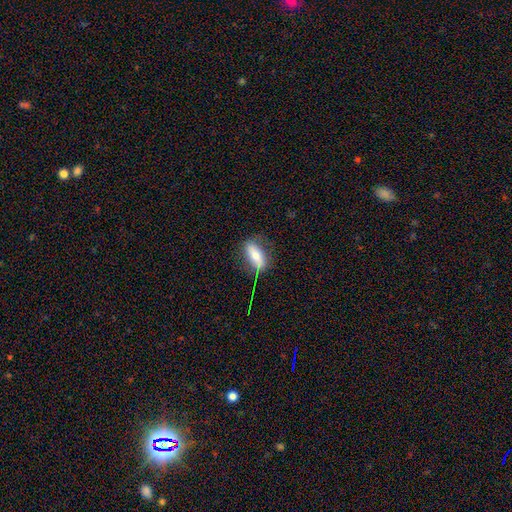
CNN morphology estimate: A smooth galaxy with no disk features (63%) that is in between round and cigar-shaped (70%). Merging: none (71%).